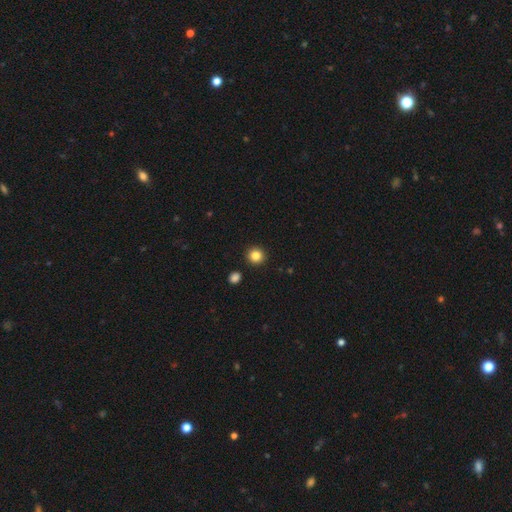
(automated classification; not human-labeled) A smooth galaxy with no disk features (84%) that is round (93%). Merging: none (92%).